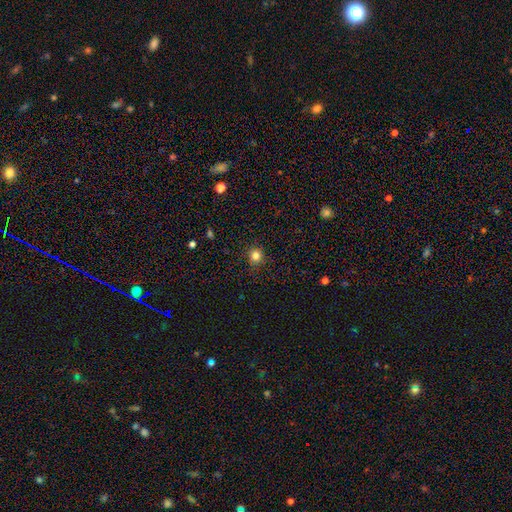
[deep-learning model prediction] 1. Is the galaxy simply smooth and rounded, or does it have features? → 82% smooth, 14% star or artifact, 5% featured or disk.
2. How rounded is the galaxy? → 91% round, 8% in between, 1% cigar-shaped.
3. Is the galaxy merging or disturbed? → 89% none, 7% minor disturbance, 2% major disturbance, 1% merger.